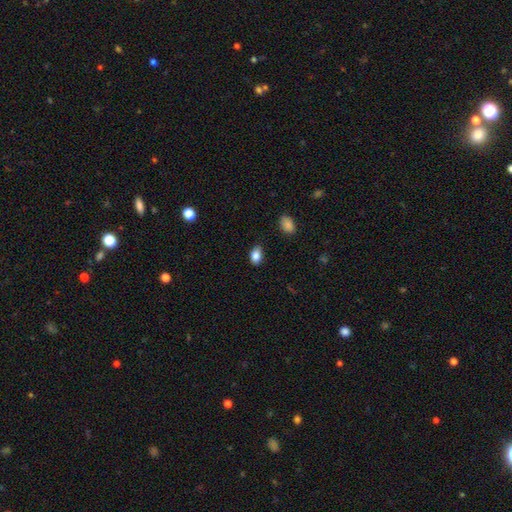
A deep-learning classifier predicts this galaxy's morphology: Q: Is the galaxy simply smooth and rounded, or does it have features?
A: smooth — 85%.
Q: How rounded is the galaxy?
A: in between — 85%.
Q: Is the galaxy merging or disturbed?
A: none — 80%.